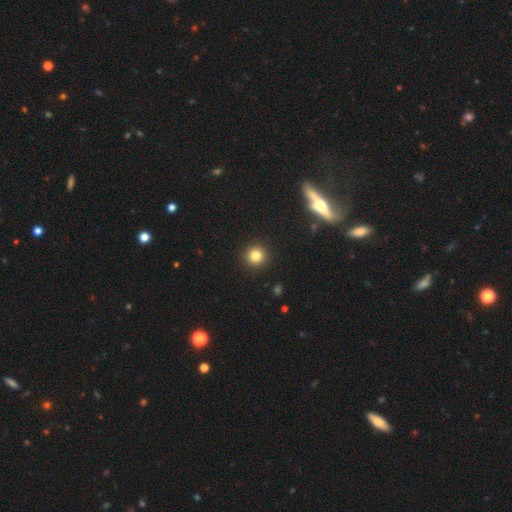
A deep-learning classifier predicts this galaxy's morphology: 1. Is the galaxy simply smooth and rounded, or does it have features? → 82% smooth, 12% star or artifact, 6% featured or disk.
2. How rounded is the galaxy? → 95% round, 4% in between, 1% cigar-shaped.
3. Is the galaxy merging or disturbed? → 92% none, 5% minor disturbance, 2% major disturbance, 1% merger.